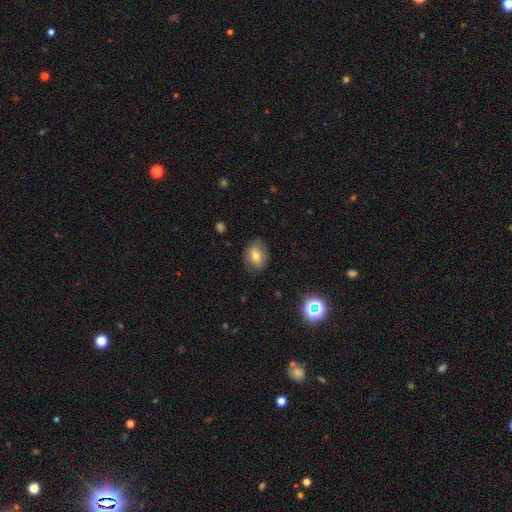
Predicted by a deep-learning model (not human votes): smooth_or_featured: smooth (p=0.64) [alt: featured or disk p=0.24]
how_rounded: in between (p=0.62) [alt: round p=0.36]
merging: none (p=0.80) [alt: minor disturbance p=0.15]